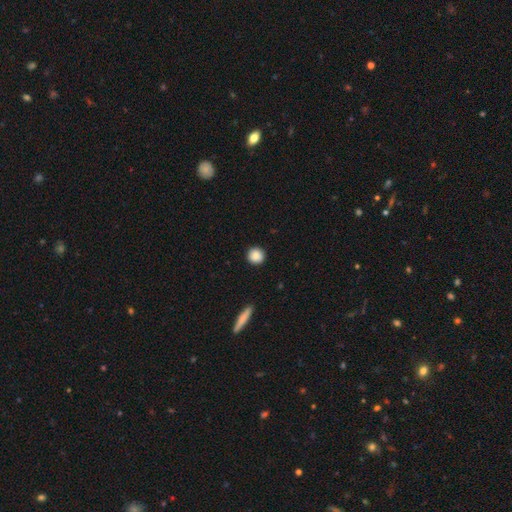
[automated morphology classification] This appears to be a smooth galaxy with no disk features (88%) that is round (93%). Merging: none (92%).